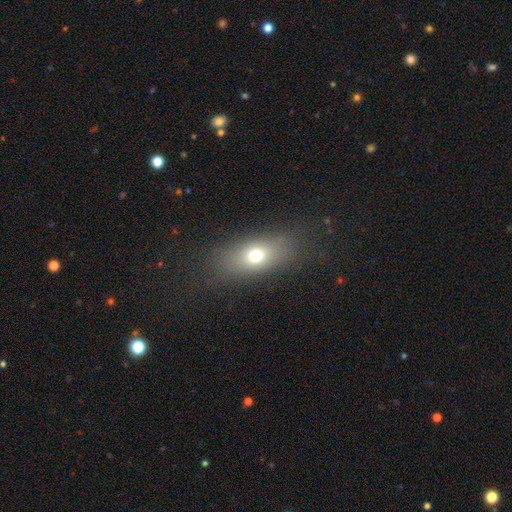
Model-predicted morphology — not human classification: A smooth galaxy with no disk features (69%) that is in between round and cigar-shaped (78%).

Vote fractions:
- Smooth or featured? smooth: 69% / featured or disk: 17% / star or artifact: 14%
- How rounded? in between: 78% / round: 16% / cigar-shaped: 7%
- Merging? none: 80% / minor disturbance: 11% / major disturbance: 8% / merger: 1%